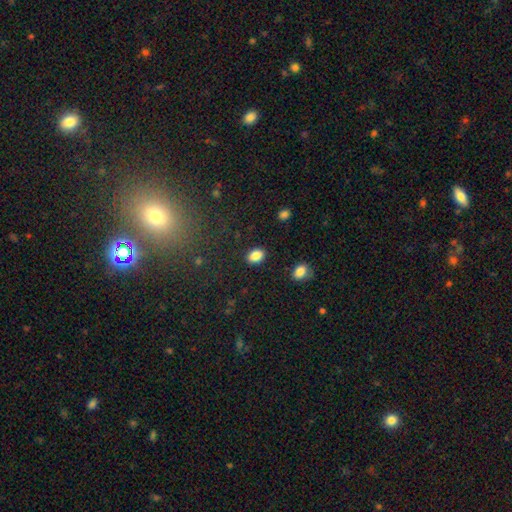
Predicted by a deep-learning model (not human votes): This appears to be a smooth galaxy with no disk features (86%) that is in between round and cigar-shaped (77%). Merging: none (87%).